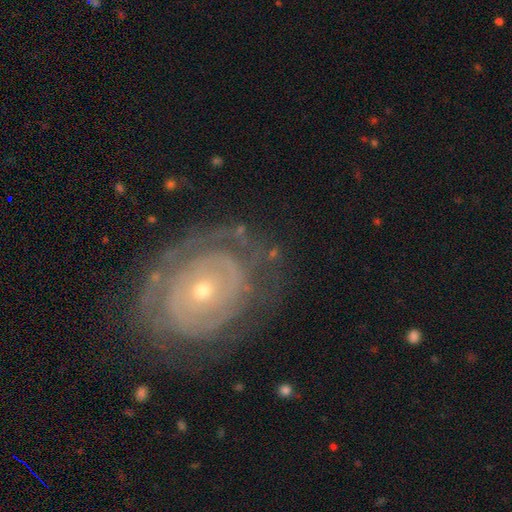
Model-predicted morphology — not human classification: A featured or disk galaxy (80%) with no bar (82%), tight (81%) spiral arms (79%) and a small central bulge (68%).

Vote fractions:
- Smooth or featured? featured or disk: 80% / smooth: 13% / star or artifact: 7%
- Edge-on disk? no: 96% / yes: 4%
- Bar? no: 82% / weak: 13% / strong: 5%
- Spiral arms? yes: 79% / no: 21%
- Spiral winding? tight: 81% / medium: 14% / loose: 5%
- Spiral arm count? can't tell: 47% / 2: 21% / 3: 11% / 4: 8% / more than 4: 7% / 1: 7%
- Bulge size? small: 68% / moderate: 28% / large: 2% / dominant: 1% / none: 1%
- Merging? none: 75% / minor disturbance: 15% / major disturbance: 8% / merger: 1%